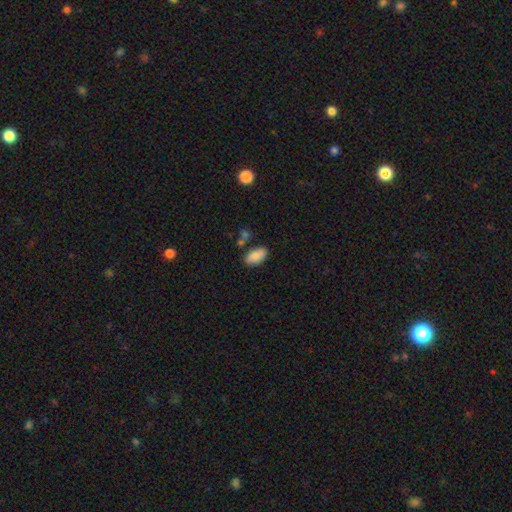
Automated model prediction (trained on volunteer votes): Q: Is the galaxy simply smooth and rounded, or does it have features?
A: smooth — 87%.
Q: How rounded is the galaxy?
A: in between — 94%.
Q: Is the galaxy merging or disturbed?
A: none — 76%.